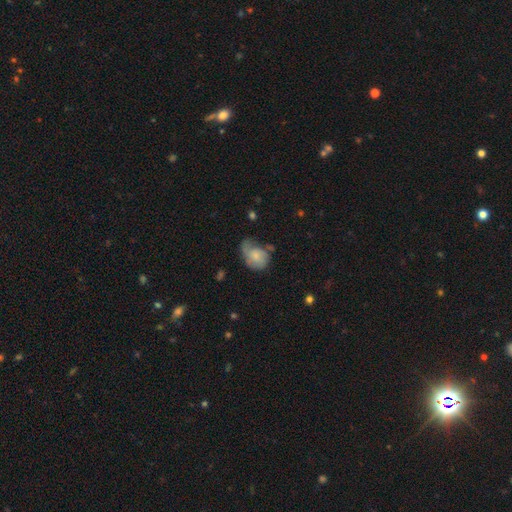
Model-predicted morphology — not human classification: smooth 57%, featured or disk 35%, star or artifact 8%. Down the decision tree: how rounded — in between (64%); merging — minor disturbance (36%).